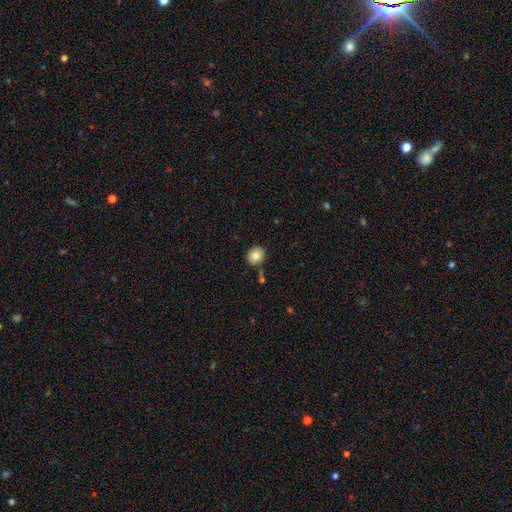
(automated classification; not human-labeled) This is clearly a smooth galaxy (84%). How rounded: likely round (78%). Merging: clearly none (83%).